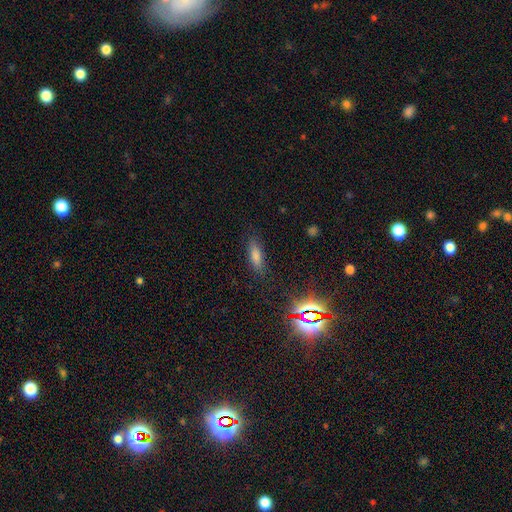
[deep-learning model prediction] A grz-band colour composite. It shows a smooth galaxy with no disk features (67%) that is in between round and cigar-shaped (53%). Merging: none (83%).